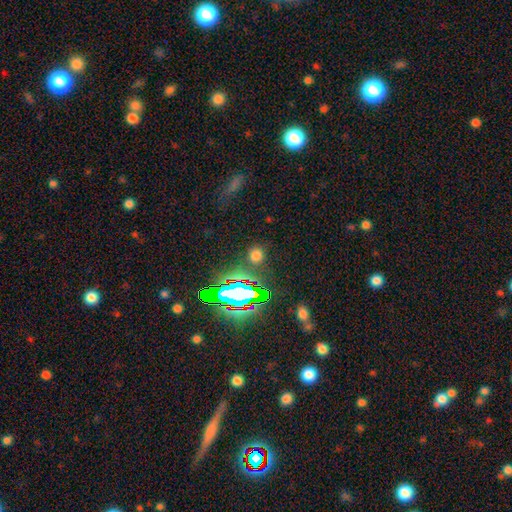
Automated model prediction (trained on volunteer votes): smooth 63%, star or artifact 30%, featured or disk 6%. Down the decision tree: how rounded — round (85%); merging — none (83%).